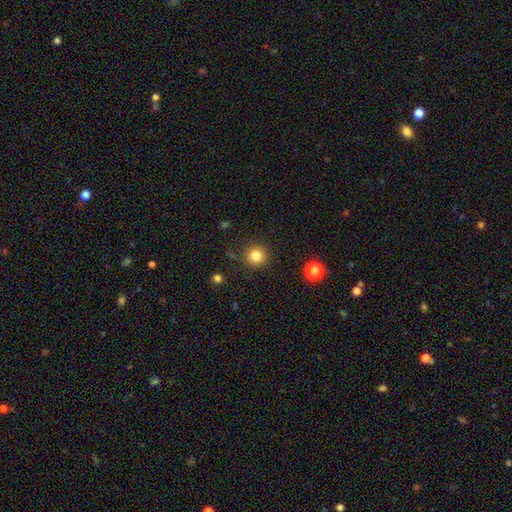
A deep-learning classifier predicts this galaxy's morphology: The model was most divided on "smooth or featured": smooth: 82%, star or artifact: 12%, featured or disk: 6%. More confident: how rounded — round (95%); merging — none (90%).